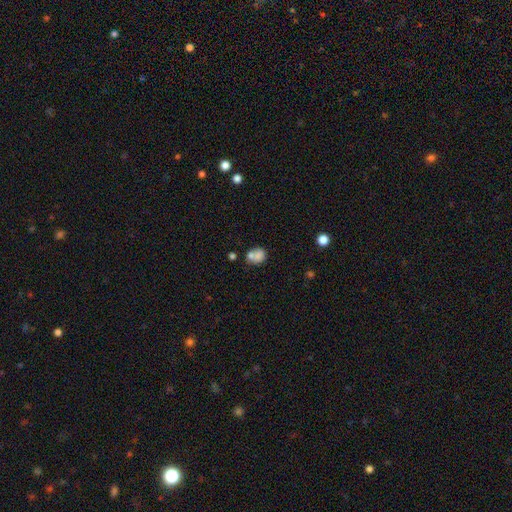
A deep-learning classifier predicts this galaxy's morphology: smooth_or_featured: smooth (p=0.74) [alt: featured or disk p=0.16]
how_rounded: round (p=0.60) [alt: in between p=0.39]
merging: merger (p=0.43) [alt: none p=0.38]